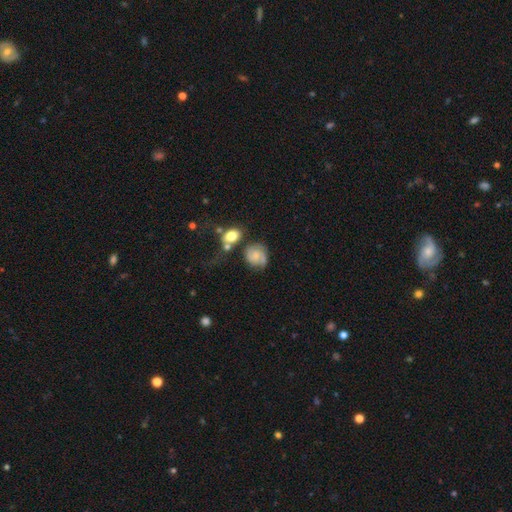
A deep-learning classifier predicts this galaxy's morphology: featured or disk 59%, smooth 33%, star or artifact 8%. Down the decision tree: edge-on disk — no (97%); bar — no (70%); spiral arms — yes (90%); spiral arm count — 2 (64%); spiral winding — tight (47%); bulge size — small (50%); merging — none (51%).